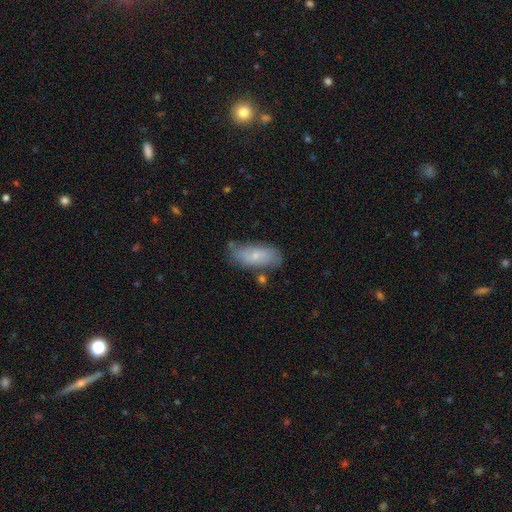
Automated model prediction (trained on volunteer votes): Morphology: type=smooth (61%); roundness=in between (84%); merging=none (62%).